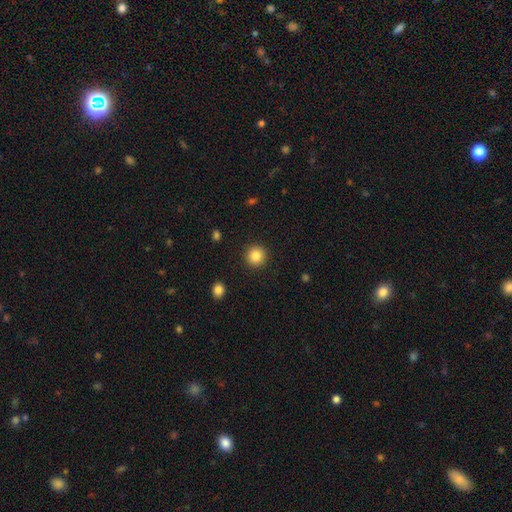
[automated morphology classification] Q: Smooth or featured?
A: smooth (85%); runner-up: star or artifact (10%)
Q: How rounded?
A: round (94%); runner-up: in between (5%)
Q: Merging?
A: none (92%); runner-up: minor disturbance (5%)